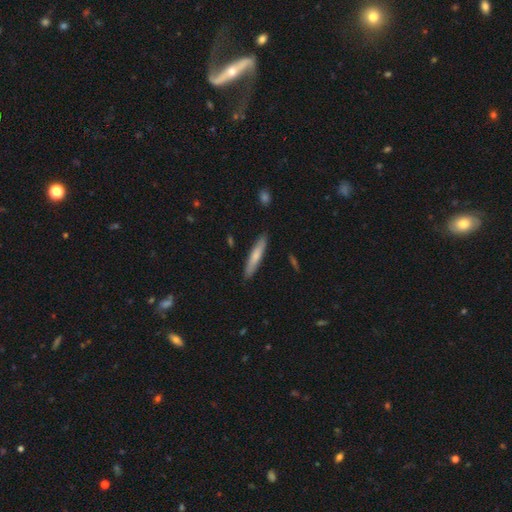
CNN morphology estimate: A smooth galaxy with no disk features (69%) that is cigar-shaped (91%).

Vote fractions:
- Smooth or featured? smooth: 69% / featured or disk: 26% / star or artifact: 6%
- How rounded? cigar-shaped: 91% / in between: 8% / round: 1%
- Merging? none: 89% / minor disturbance: 8% / major disturbance: 2% / merger: 1%